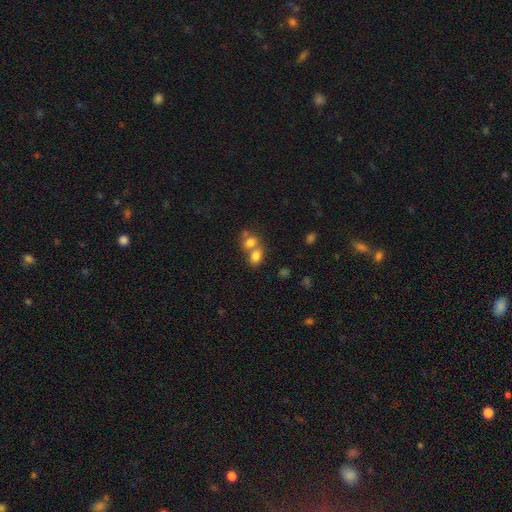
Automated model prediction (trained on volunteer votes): Smooth or featured? smooth (77%)
How rounded? in between (62%)
Merging? merger (59%)